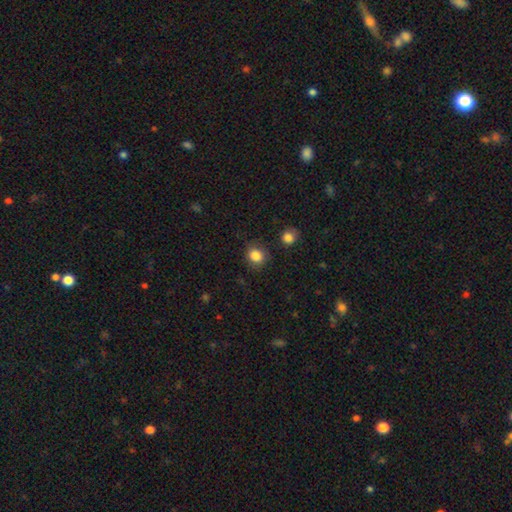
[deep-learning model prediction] This is clearly a smooth galaxy (85%). How rounded: likely round (73%). Merging: clearly none (81%).